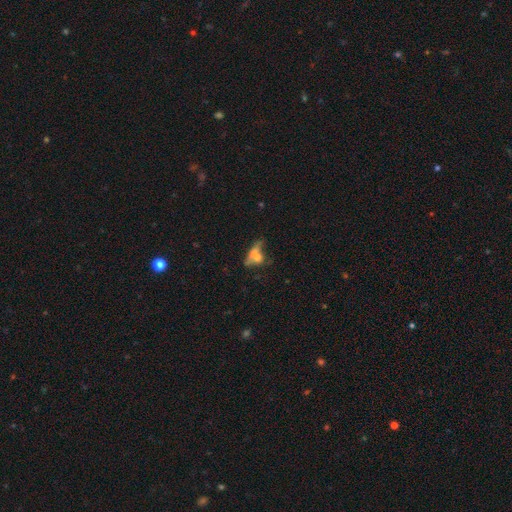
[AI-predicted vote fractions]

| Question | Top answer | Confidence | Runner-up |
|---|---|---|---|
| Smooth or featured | smooth | 55% | featured or disk (32%) |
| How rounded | in between | 53% | cigar-shaped (25%) |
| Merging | merger | 38% | none (31%) |